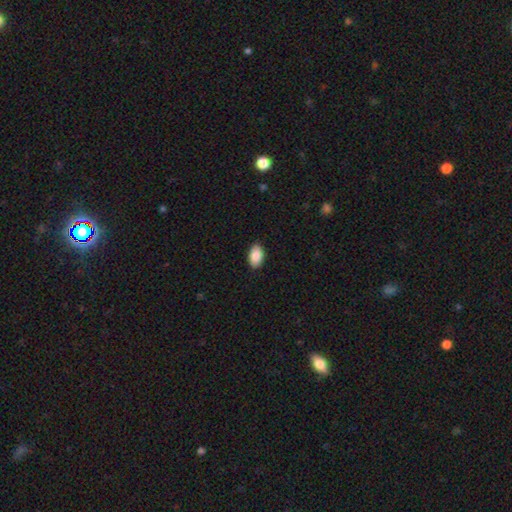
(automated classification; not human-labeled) Smooth or featured?
  - smooth: 88% *
  - star or artifact: 6%
  - featured or disk: 6%
How rounded?
  - in between: 94% *
  - round: 4%
  - cigar-shaped: 2%
Merging?
  - none: 89% *
  - minor disturbance: 8%
  - major disturbance: 2%
  - merger: 1%